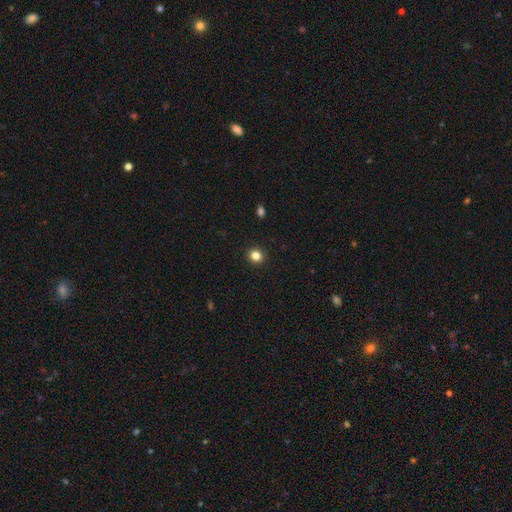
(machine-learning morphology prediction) Smooth or featured? smooth (83%)
How rounded? round (88%)
Merging? none (92%)